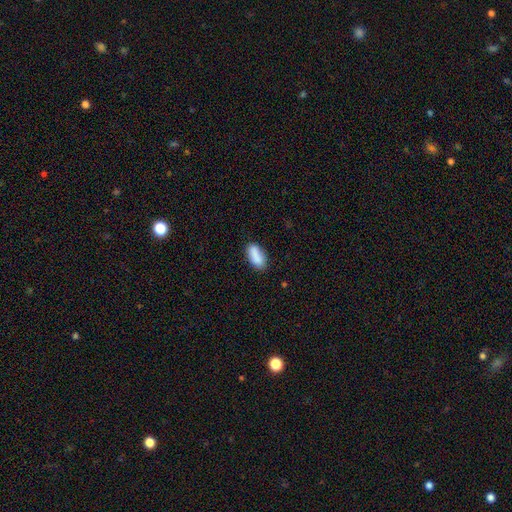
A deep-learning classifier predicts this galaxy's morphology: Smooth or featured: smooth — 86% (star or artifact — 7%)
How rounded: in between — 86% (cigar-shaped — 11%)
Merging: none — 77% (minor disturbance — 17%)